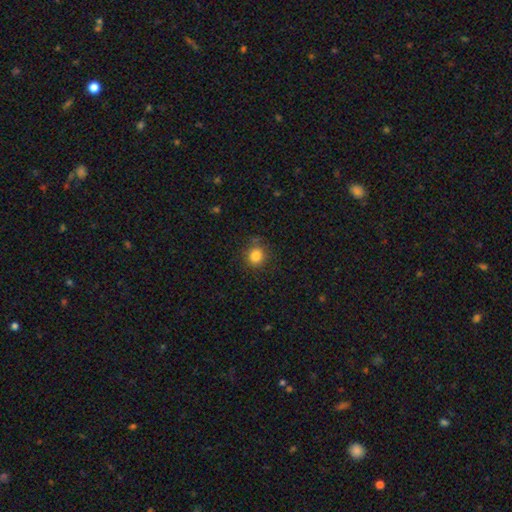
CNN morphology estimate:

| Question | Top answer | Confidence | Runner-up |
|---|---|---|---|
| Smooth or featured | smooth | 84% | star or artifact (11%) |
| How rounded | round | 84% | in between (15%) |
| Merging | none | 83% | minor disturbance (12%) |